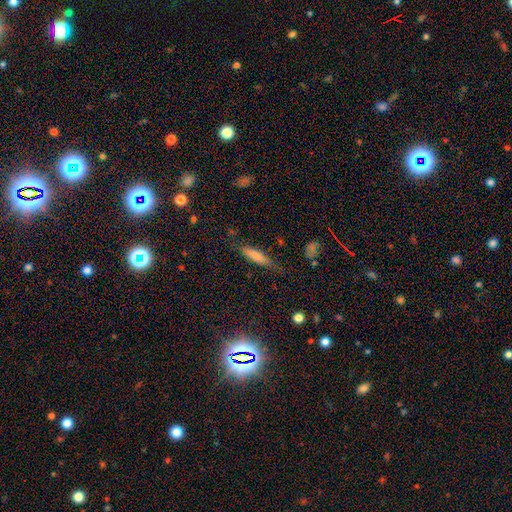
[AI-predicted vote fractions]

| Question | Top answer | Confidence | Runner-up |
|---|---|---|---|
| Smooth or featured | smooth | 52% | featured or disk (28%) |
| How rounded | cigar-shaped | 80% | in between (17%) |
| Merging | none | 75% | minor disturbance (18%) |